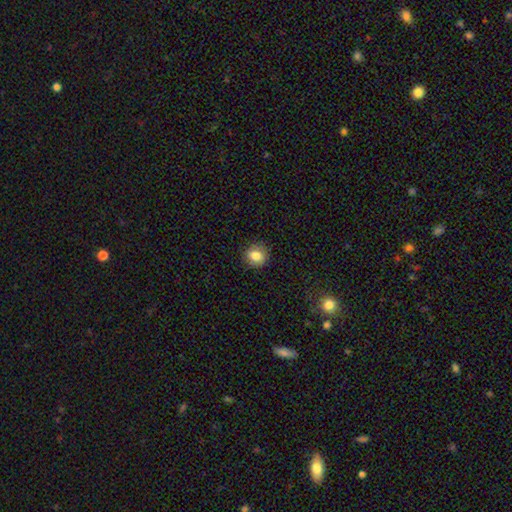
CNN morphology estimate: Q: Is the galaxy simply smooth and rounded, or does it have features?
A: smooth — 83%.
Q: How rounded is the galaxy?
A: round — 79%.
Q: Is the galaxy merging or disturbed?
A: none — 87%.